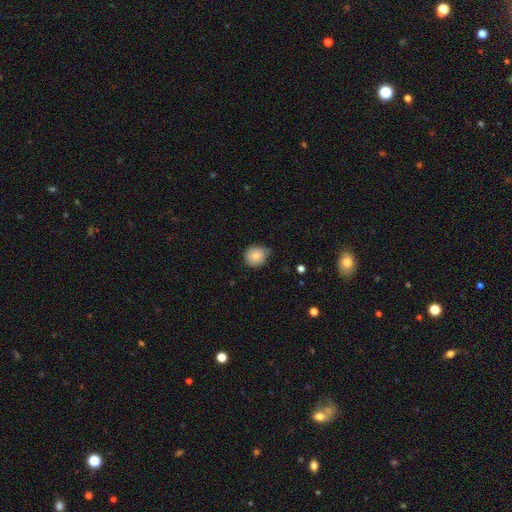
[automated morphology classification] Smooth or featured: smooth — 83% (featured or disk — 9%)
How rounded: round — 85% (in between — 15%)
Merging: none — 64% (minor disturbance — 30%)